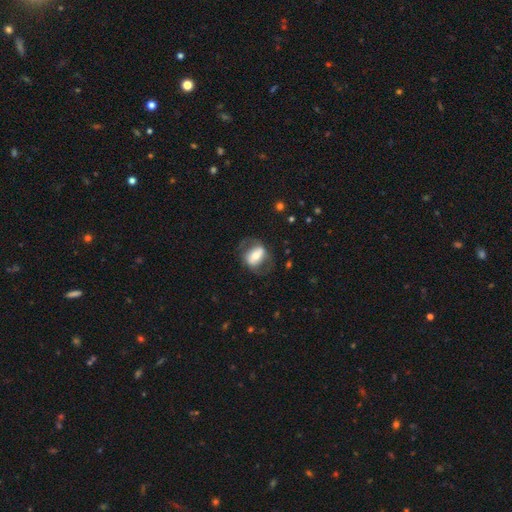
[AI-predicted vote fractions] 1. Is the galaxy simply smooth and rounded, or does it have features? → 52% featured or disk, 41% smooth, 7% star or artifact.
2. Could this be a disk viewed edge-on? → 91% no, 9% yes.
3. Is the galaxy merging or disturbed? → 63% none, 18% minor disturbance, 16% major disturbance, 2% merger.